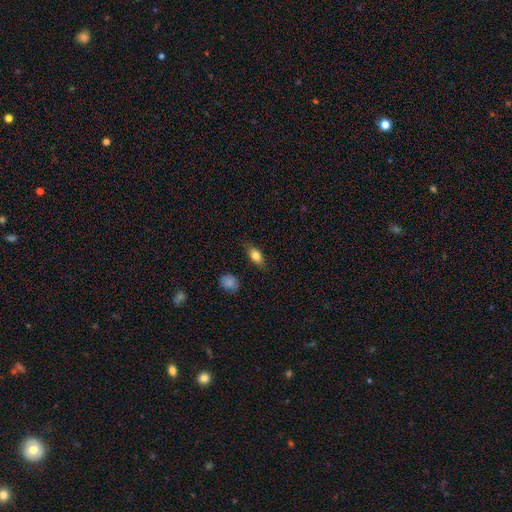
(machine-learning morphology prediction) Smooth or featured?
  - smooth: 82% *
  - featured or disk: 10%
  - star or artifact: 8%
How rounded?
  - in between: 85% *
  - cigar-shaped: 8%
  - round: 7%
Merging?
  - none: 82% *
  - minor disturbance: 13%
  - major disturbance: 3%
  - merger: 1%